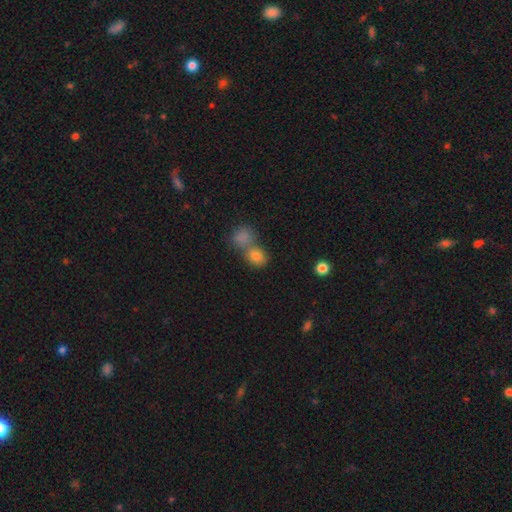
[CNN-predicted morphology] A smooth galaxy with no disk features (79%) that is round (57%).

Vote fractions:
- Smooth or featured? smooth: 79% / star or artifact: 12% / featured or disk: 9%
- How rounded? round: 57% / in between: 41% / cigar-shaped: 2%
- Merging? merger: 52% / none: 37% / minor disturbance: 8% / major disturbance: 4%